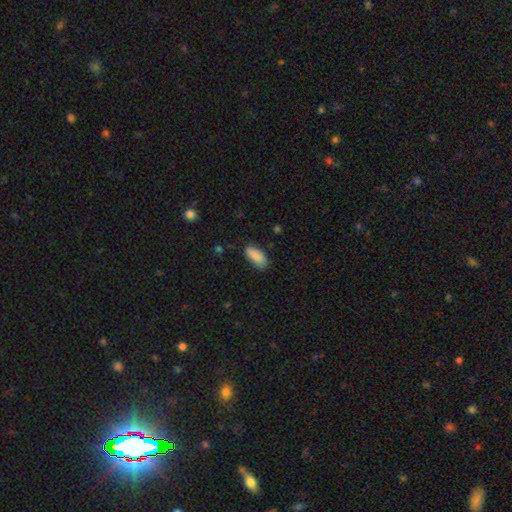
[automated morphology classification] A smooth galaxy with no disk features (89%) that is in between round and cigar-shaped (85%). Merging: none (79%).